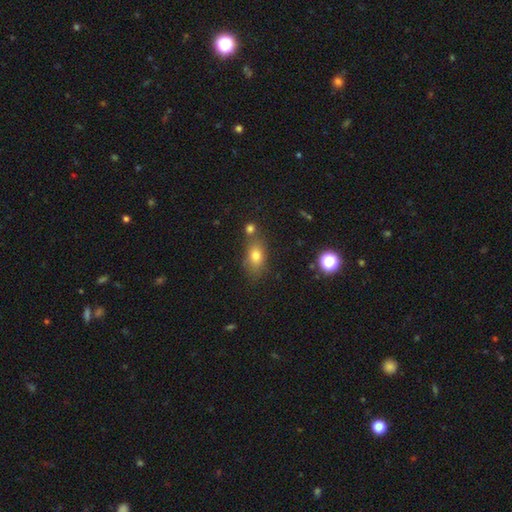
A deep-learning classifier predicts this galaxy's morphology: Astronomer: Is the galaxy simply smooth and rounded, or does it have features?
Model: smooth — 76%.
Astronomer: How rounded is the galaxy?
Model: in between — 79%.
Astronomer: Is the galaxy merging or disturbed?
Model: none — 65%.